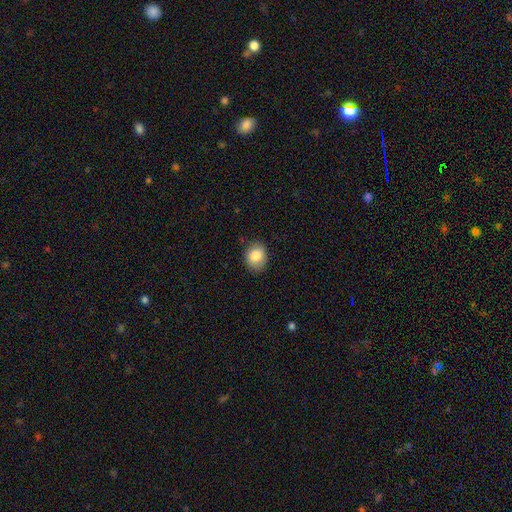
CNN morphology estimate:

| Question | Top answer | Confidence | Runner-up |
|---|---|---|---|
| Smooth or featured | smooth | 84% | star or artifact (8%) |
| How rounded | round | 52% | in between (47%) |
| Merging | none | 83% | minor disturbance (13%) |